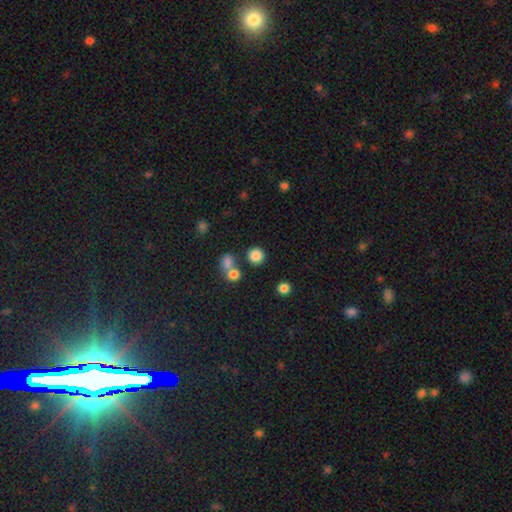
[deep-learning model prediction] smooth 83%, star or artifact 12%, featured or disk 5%. Down the decision tree: how rounded — round (92%); merging — none (79%).